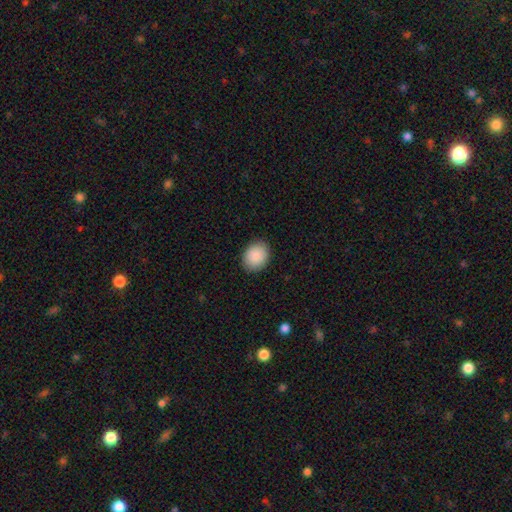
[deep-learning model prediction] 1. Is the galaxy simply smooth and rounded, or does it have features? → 90% smooth, 6% star or artifact, 3% featured or disk.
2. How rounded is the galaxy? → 54% in between, 45% round, 1% cigar-shaped.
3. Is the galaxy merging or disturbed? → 89% none, 8% minor disturbance, 2% major disturbance, 1% merger.